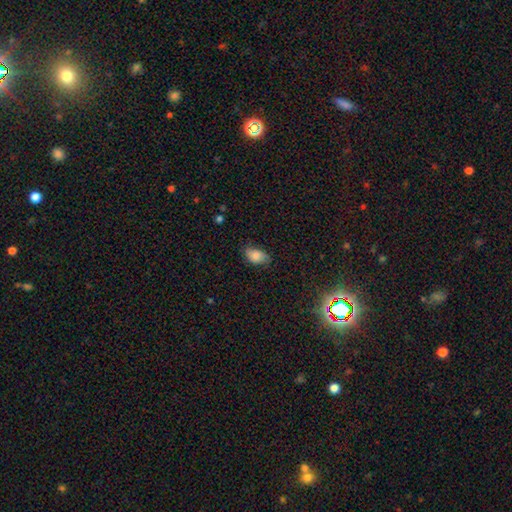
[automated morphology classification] A smooth galaxy with no disk features (80%) that is in between round and cigar-shaped (90%). Merging: none (68%).